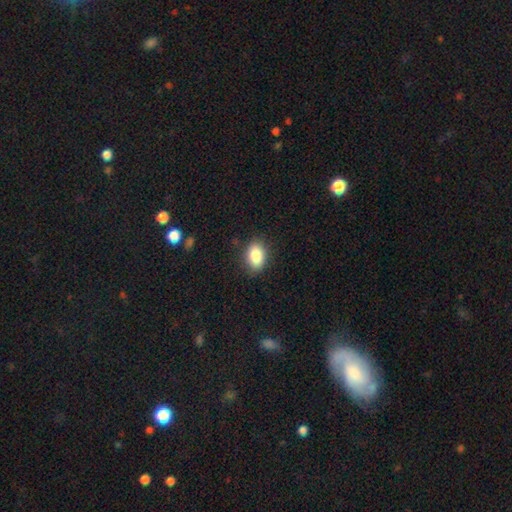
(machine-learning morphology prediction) This is clearly a smooth galaxy (86%). How rounded: clearly in between (85%). Merging: clearly none (84%).